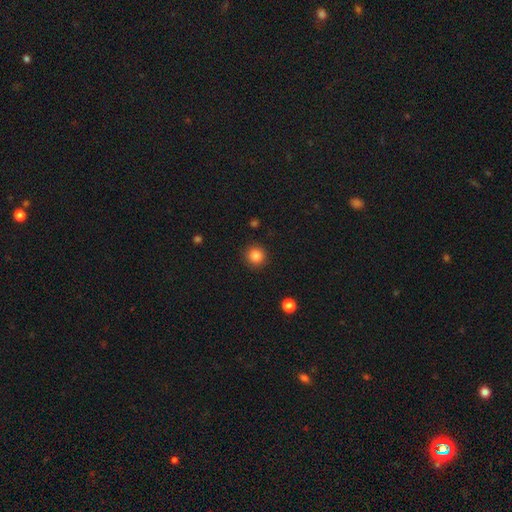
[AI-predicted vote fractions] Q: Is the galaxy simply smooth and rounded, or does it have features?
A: smooth — 85%.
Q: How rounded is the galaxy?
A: round — 94%.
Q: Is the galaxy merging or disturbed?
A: none — 91%.